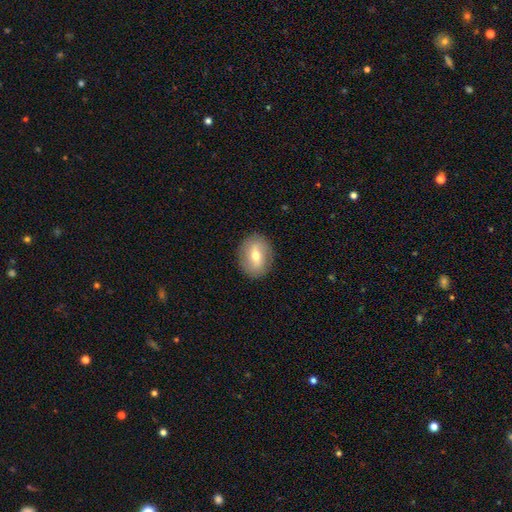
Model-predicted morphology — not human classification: Overall: smooth (53%; featured or disk 39%). How rounded: round (53%; in between 46%). Merging: none (87%).